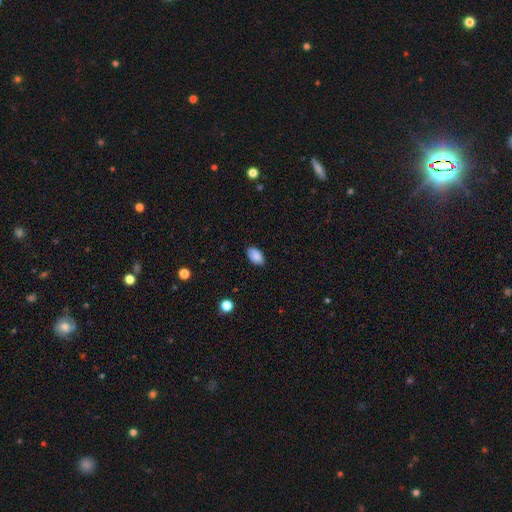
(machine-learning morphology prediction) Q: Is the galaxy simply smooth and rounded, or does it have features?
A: smooth — 86%.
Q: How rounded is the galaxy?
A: in between — 93%.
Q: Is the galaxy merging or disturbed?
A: none — 83%.